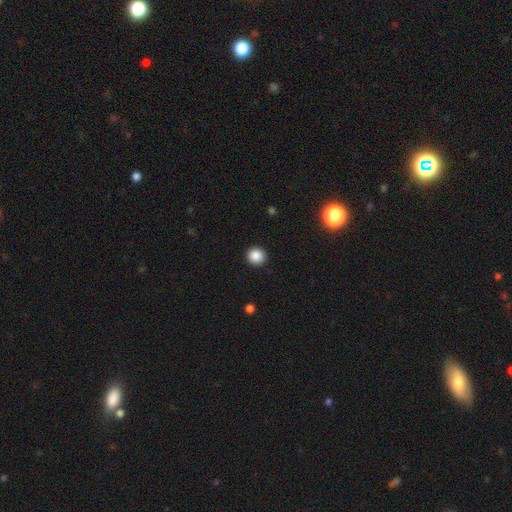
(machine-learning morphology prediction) A smooth galaxy with no disk features (87%) that is round (91%).

Vote fractions:
- Smooth or featured? smooth: 87% / star or artifact: 10% / featured or disk: 3%
- How rounded? round: 91% / in between: 8% / cigar-shaped: 1%
- Merging? none: 92% / minor disturbance: 5% / major disturbance: 2% / merger: 1%